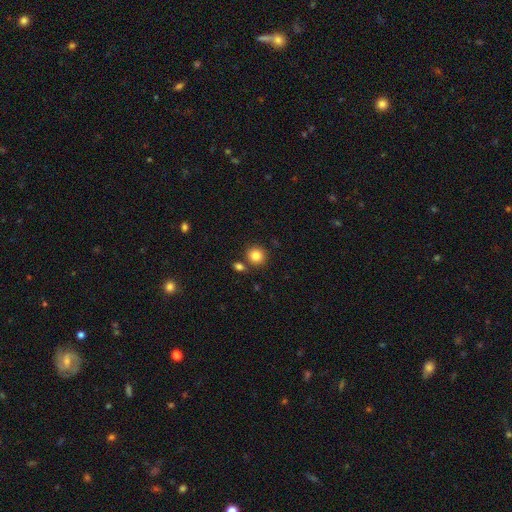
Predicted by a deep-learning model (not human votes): smooth 84%, star or artifact 10%, featured or disk 6%. Down the decision tree: how rounded — round (89%); merging — none (79%).